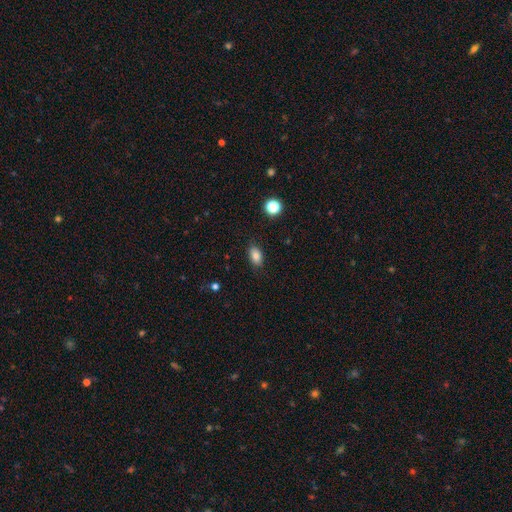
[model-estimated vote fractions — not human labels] smooth_or_featured: smooth (p=0.83) [alt: star or artifact p=0.10]
how_rounded: in between (p=0.87) [alt: round p=0.10]
merging: none (p=0.84) [alt: minor disturbance p=0.12]